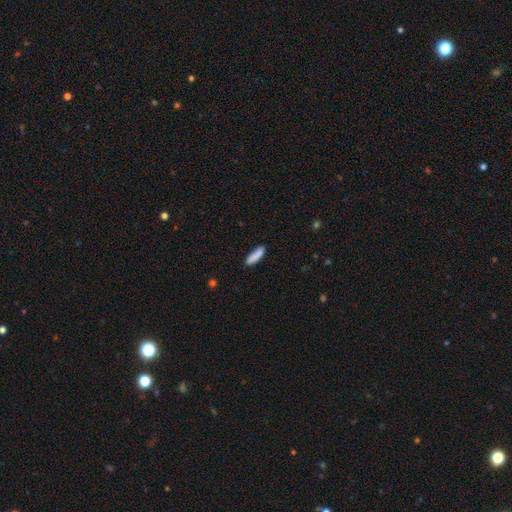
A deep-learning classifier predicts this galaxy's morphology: type=smooth (87%); roundness=cigar-shaped (58%); merging=none (80%).